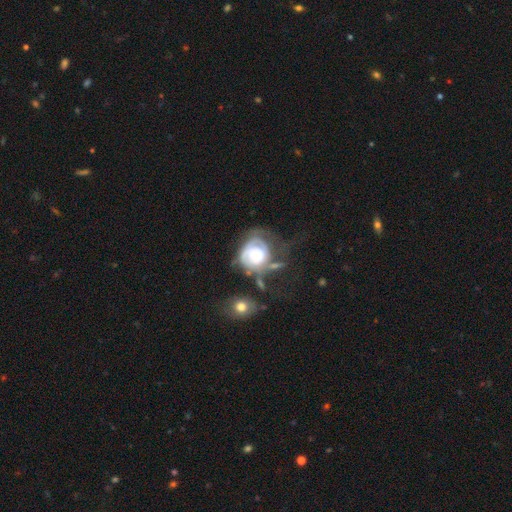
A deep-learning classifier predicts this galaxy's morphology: Smooth or featured? featured or disk (69%)
Edge-on disk? no (97%)
Bar? no (79%)
Spiral arms? yes (75%)
Spiral winding? tight (62%)
Spiral arm count? can't tell (44%)
Bulge size? small (46%)
Merging? major disturbance (34%)